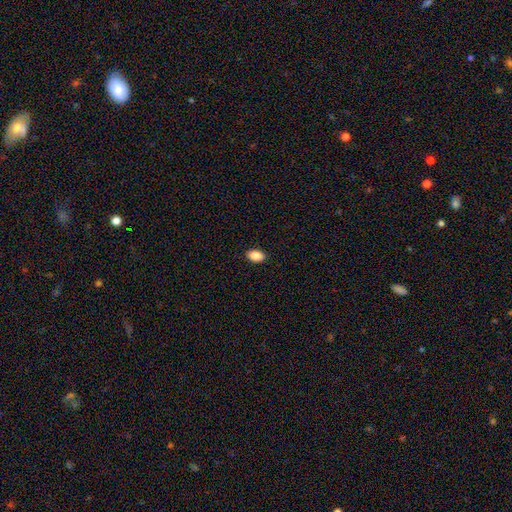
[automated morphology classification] A smooth galaxy with no disk features (88%) that is in between round and cigar-shaped (89%).

Vote fractions:
- Smooth or featured? smooth: 88% / star or artifact: 8% / featured or disk: 4%
- How rounded? in between: 89% / round: 9% / cigar-shaped: 1%
- Merging? none: 90% / minor disturbance: 7% / major disturbance: 2% / merger: 1%